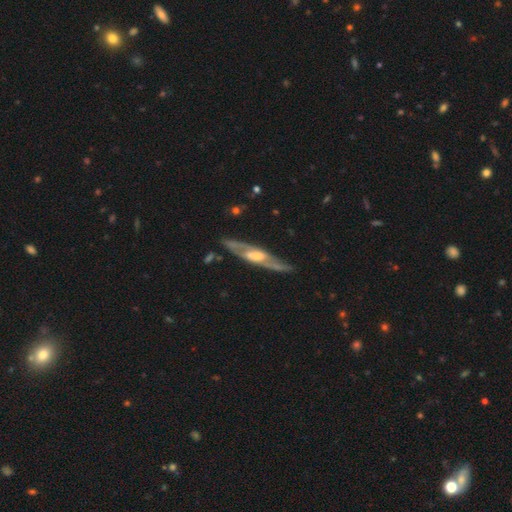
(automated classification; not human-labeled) Overall: featured or disk (80%). Edge-on disk: yes (52%; no 48%). Merging: none (79%).